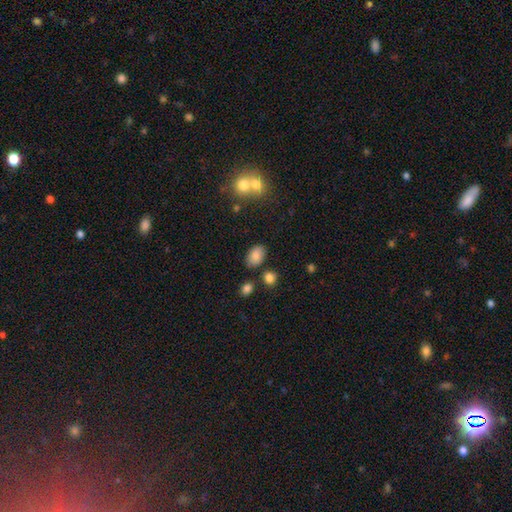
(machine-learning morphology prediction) Smooth or featured?
  - smooth: 84% *
  - star or artifact: 9%
  - featured or disk: 6%
How rounded?
  - in between: 86% *
  - round: 13%
  - cigar-shaped: 1%
Merging?
  - none: 79% *
  - minor disturbance: 13%
  - merger: 5%
  - major disturbance: 3%